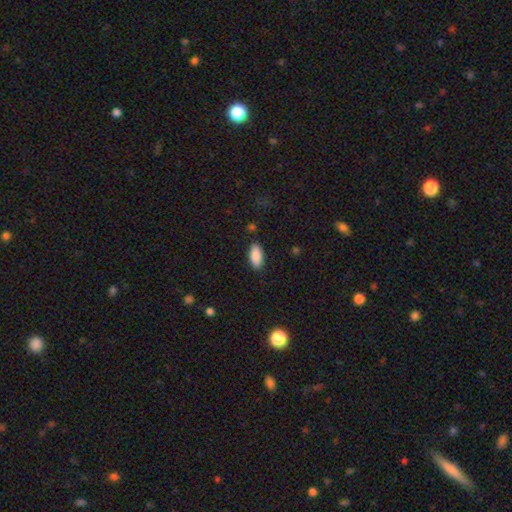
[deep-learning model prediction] This is clearly a smooth galaxy (88%). How rounded: clearly in between (90%). Merging: clearly none (87%).